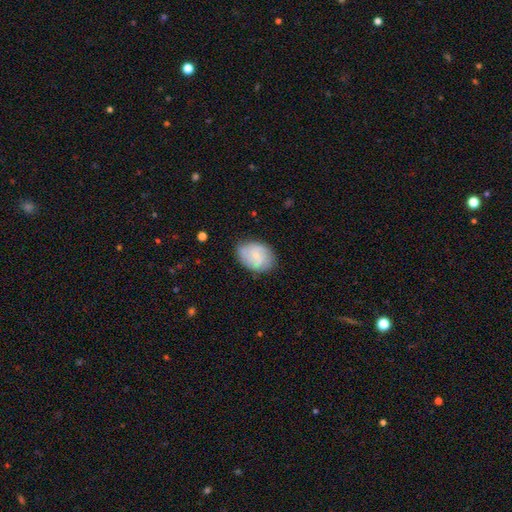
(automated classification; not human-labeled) Smooth or featured? Predicted: featured or disk (p=0.54). Edge-on disk? Predicted: no (p=0.97). Bar? Predicted: no (p=0.49). Spiral arms? Predicted: yes (p=0.88). Bulge size? Predicted: small (p=0.70). Merging? Predicted: none (p=0.76).